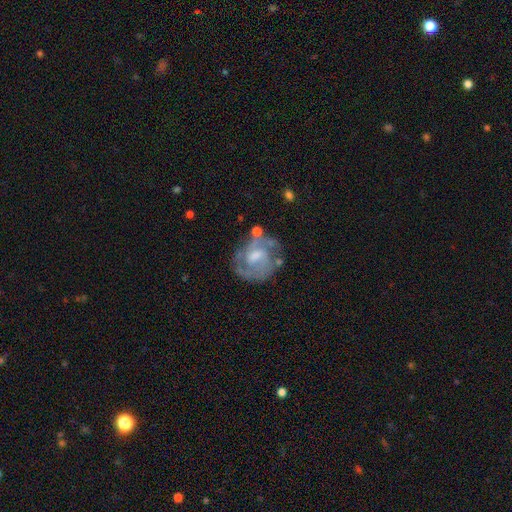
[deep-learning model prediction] Smooth or featured? featured or disk (78%)
Edge-on disk? no (97%)
Bar? weak (51%)
Spiral arms? yes (86%)
Spiral winding? tight (46%)
Spiral arm count? 2 (59%)
Bulge size? moderate (48%)
Merging? none (65%)